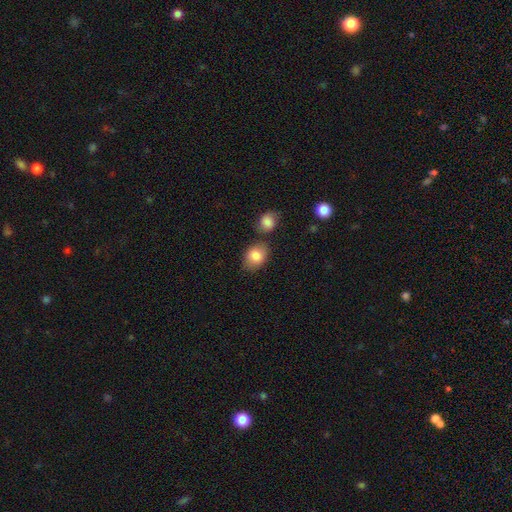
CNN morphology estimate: This appears to be a smooth galaxy with no disk features (84%) that is in between round and cigar-shaped (62%). Merging: none (67%).